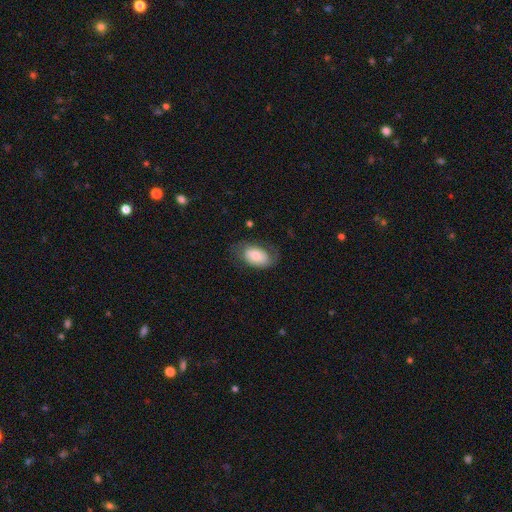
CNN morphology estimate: Smooth or featured: smooth — 64% (featured or disk — 29%)
How rounded: in between — 91% (round — 8%)
Merging: none — 57% (minor disturbance — 25%)